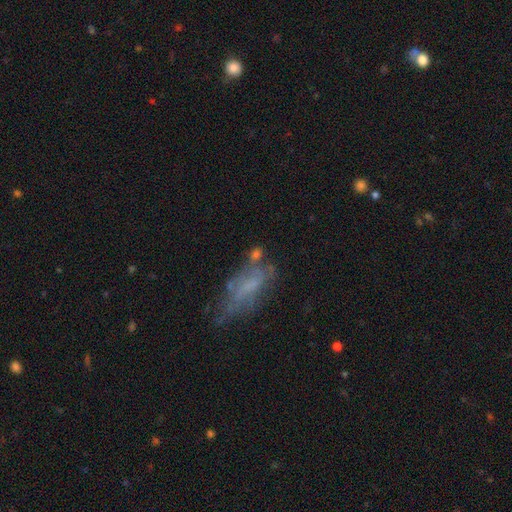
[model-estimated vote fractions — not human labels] Smooth or featured?
  - featured or disk: 45% *
  - smooth: 41%
  - star or artifact: 14%
Merging?
  - none: 37% *
  - minor disturbance: 26%
  - major disturbance: 25%
  - merger: 12%